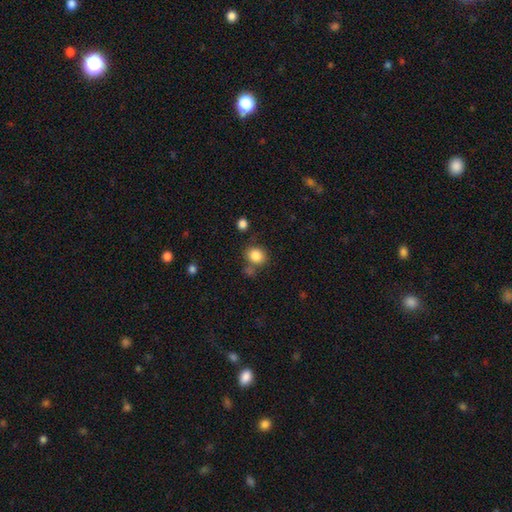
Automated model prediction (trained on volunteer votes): smooth-or-featured: smooth: 85% | star or artifact: 10% | featured or disk: 5%
  how-rounded: round: 60% | in between: 39% | cigar-shaped: 1%
  merging: none: 68% | minor disturbance: 14% | merger: 12% | major disturbance: 5%